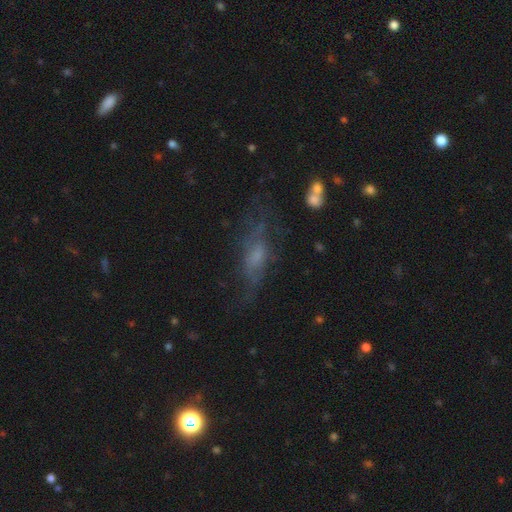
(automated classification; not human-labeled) Smooth or featured? featured or disk (47%)
Merging? none (52%)